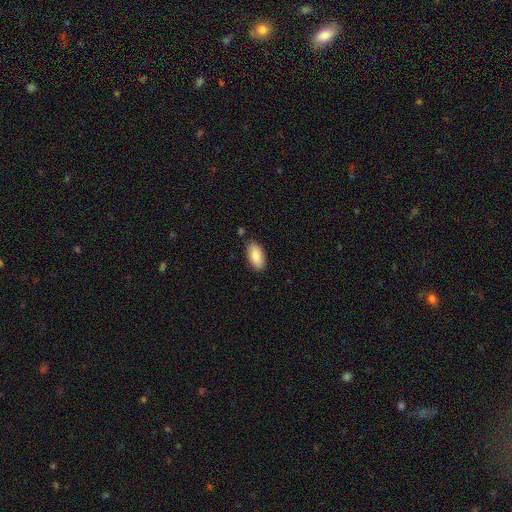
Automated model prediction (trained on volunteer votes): Smooth or featured? Predicted: smooth (p=0.83). How rounded? Predicted: in between (p=0.93). Merging? Predicted: none (p=0.83).